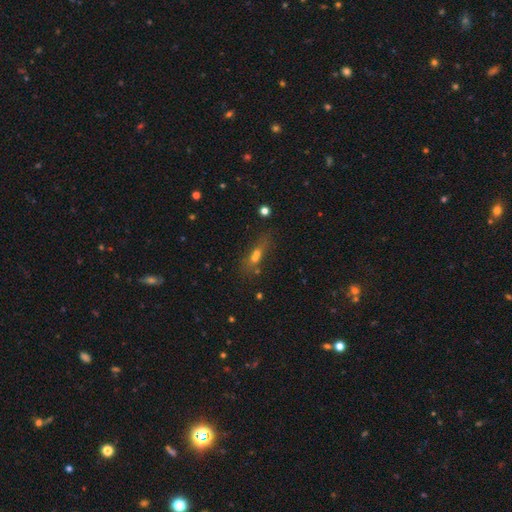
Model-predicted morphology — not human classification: smooth_or_featured: smooth (p=0.52) [alt: featured or disk p=0.25]
how_rounded: in between (p=0.44) [alt: cigar-shaped p=0.36]
merging: none (p=0.39) [alt: merger p=0.38]